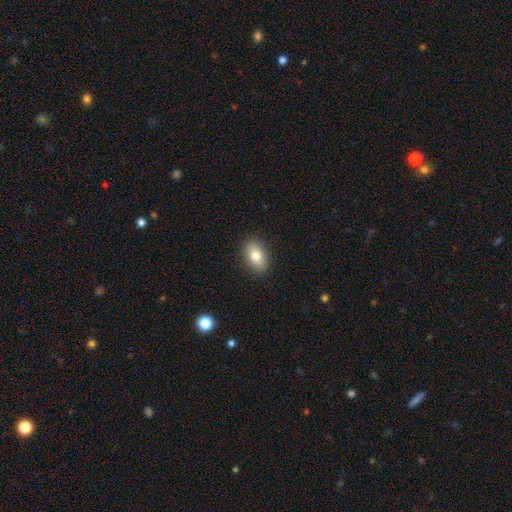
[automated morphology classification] Smooth or featured?
  - smooth: 81% *
  - featured or disk: 11%
  - star or artifact: 8%
How rounded?
  - in between: 87% *
  - round: 12%
  - cigar-shaped: 2%
Merging?
  - none: 89% *
  - minor disturbance: 8%
  - major disturbance: 2%
  - merger: 1%